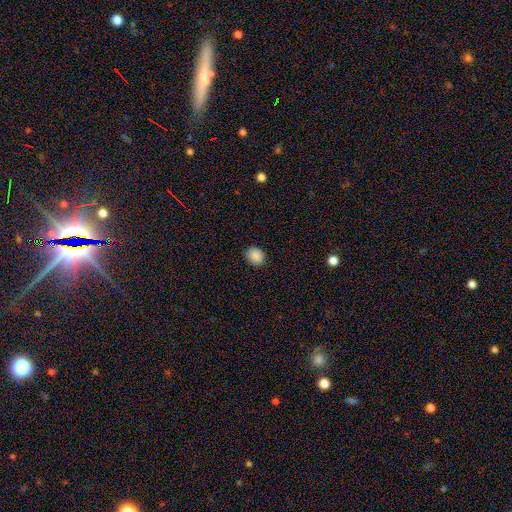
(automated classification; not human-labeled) smooth 88%, star or artifact 9%, featured or disk 3%. Down the decision tree: how rounded — round (70%); merging — none (87%).